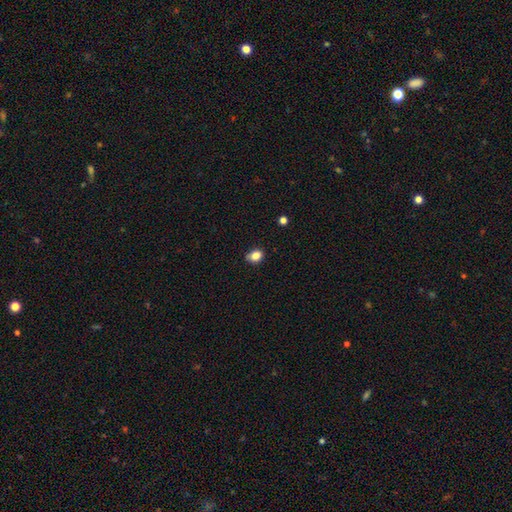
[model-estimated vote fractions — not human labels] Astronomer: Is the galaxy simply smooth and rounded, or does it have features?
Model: smooth — 83%.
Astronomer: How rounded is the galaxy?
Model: in between — 55% (runner-up: round, 44%).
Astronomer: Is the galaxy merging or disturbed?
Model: none — 76%.